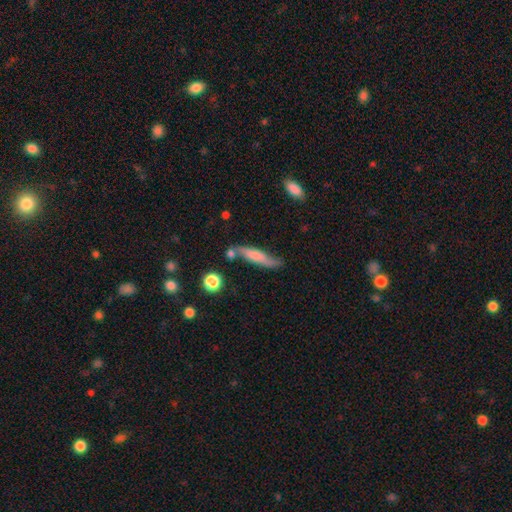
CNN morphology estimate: Smooth or featured?
  - smooth: 52% *
  - featured or disk: 41%
  - star or artifact: 7%
How rounded?
  - cigar-shaped: 80% *
  - in between: 17%
  - round: 3%
Merging?
  - none: 58% *
  - minor disturbance: 24%
  - merger: 11%
  - major disturbance: 7%